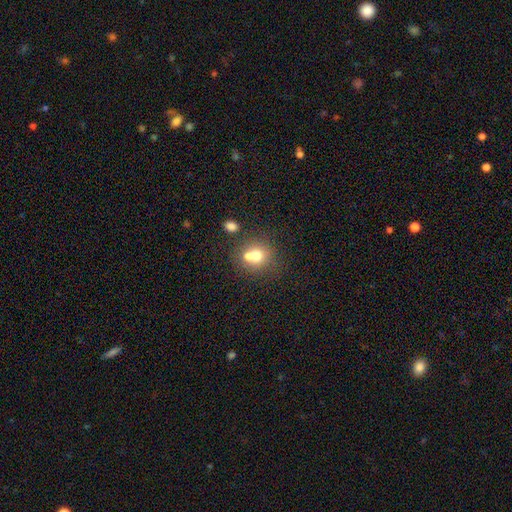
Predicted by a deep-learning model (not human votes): Smooth or featured? smooth (68%)
How rounded? round (79%)
Merging? merger (49%)